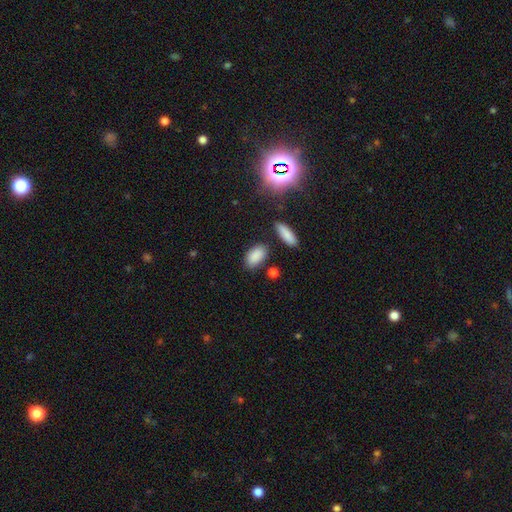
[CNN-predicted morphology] Smooth or featured? Predicted: smooth (p=0.87). How rounded? Predicted: in between (p=0.91). Merging? Predicted: none (p=0.79).